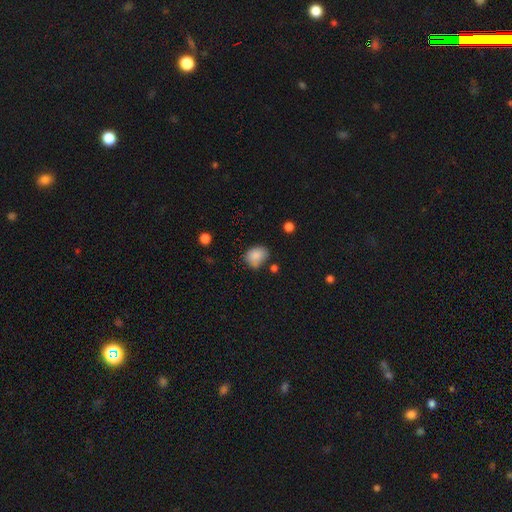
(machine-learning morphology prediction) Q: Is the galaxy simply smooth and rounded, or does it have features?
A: smooth — 85%.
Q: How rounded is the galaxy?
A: in between — 56%.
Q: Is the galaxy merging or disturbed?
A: none — 59%.